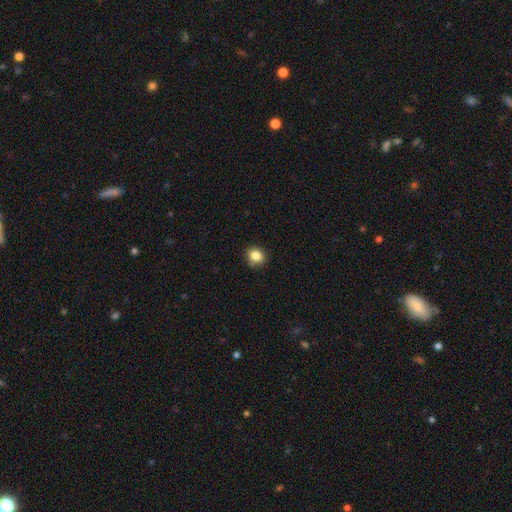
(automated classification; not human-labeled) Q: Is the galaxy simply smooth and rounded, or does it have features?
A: smooth — 84%.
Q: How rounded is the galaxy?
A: round — 74%.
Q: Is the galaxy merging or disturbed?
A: none — 85%.